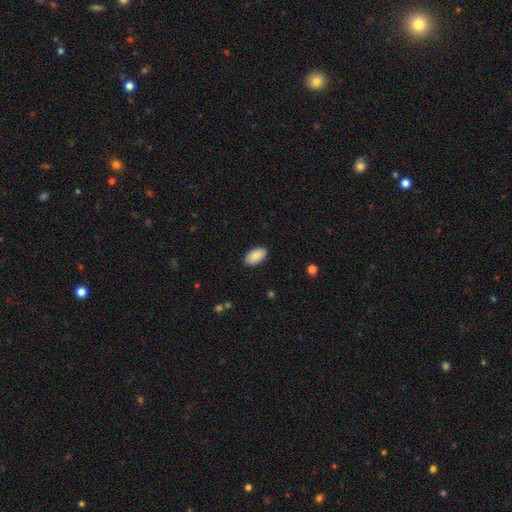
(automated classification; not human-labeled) A smooth galaxy with no disk features (87%) that is in between round and cigar-shaped (95%). Merging: none (89%).